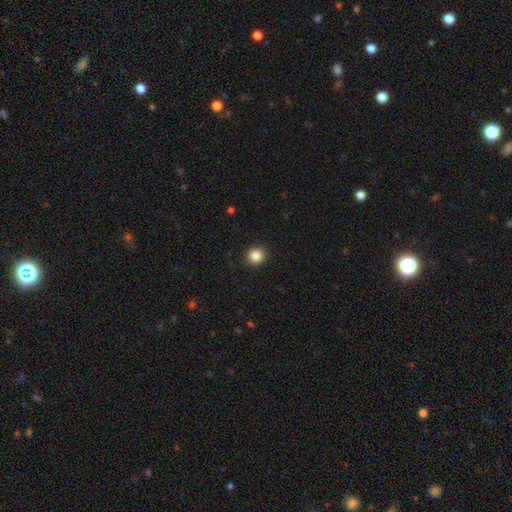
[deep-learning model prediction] Morphology: type=smooth (86%); roundness=round (92%); merging=none (92%).